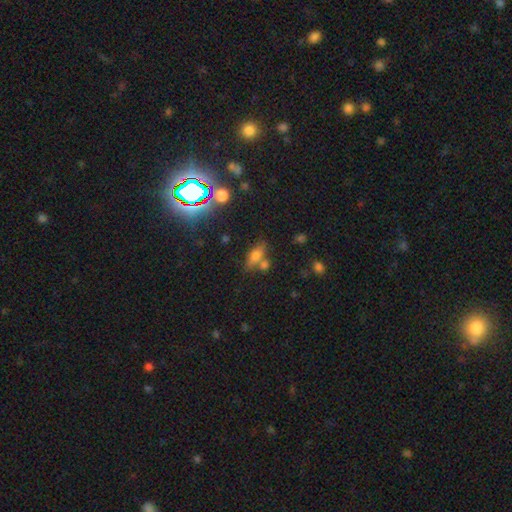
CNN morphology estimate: Smooth or featured? Predicted: smooth (p=0.64). How rounded? Predicted: in between (p=0.73). Merging? Predicted: none (p=0.54).